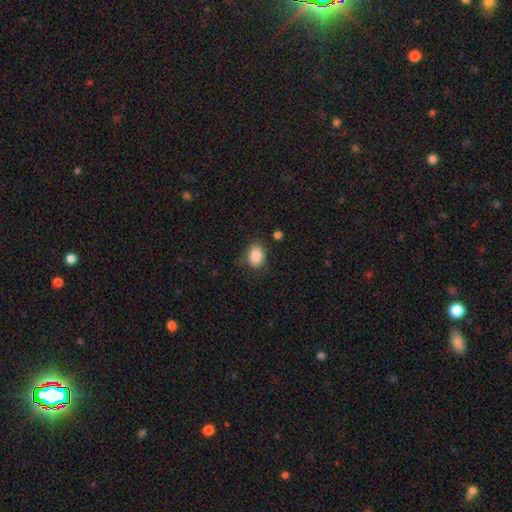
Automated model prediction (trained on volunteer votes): Morphology: type=smooth (87%); roundness=in between (75%); merging=none (74%).